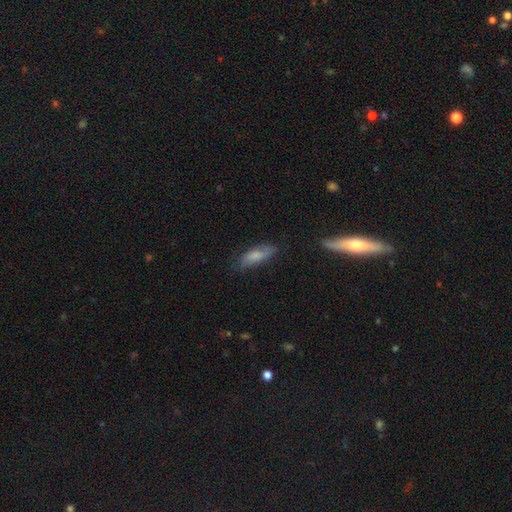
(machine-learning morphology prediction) smooth 69%, featured or disk 24%, star or artifact 7%. Down the decision tree: how rounded — in between (59%); merging — none (69%).